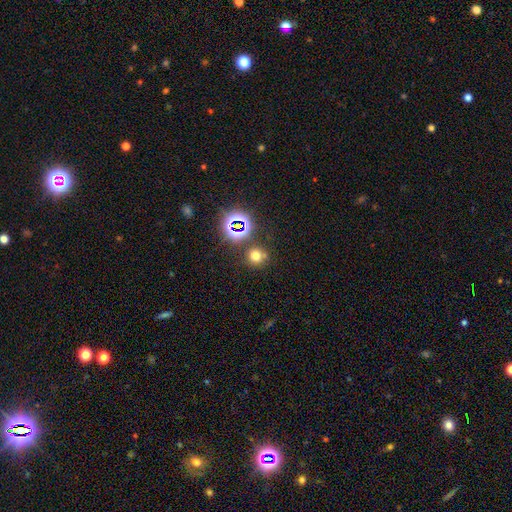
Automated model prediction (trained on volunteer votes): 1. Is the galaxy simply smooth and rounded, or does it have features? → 64% smooth, 28% star or artifact, 8% featured or disk.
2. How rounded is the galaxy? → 87% round, 12% in between, 1% cigar-shaped.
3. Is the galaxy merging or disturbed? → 75% none, 11% merger, 10% minor disturbance, 4% major disturbance.